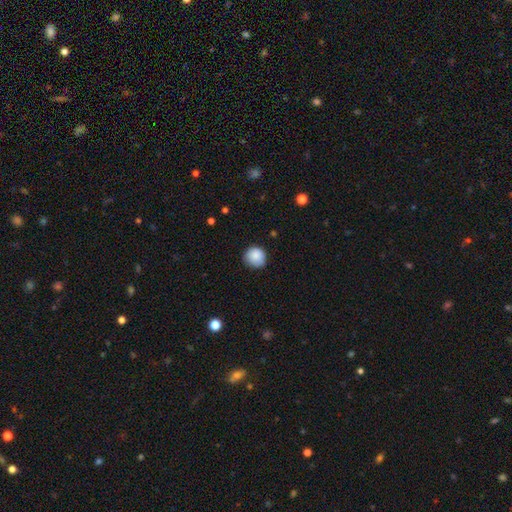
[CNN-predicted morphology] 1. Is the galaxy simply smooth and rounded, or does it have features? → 87% smooth, 8% star or artifact, 4% featured or disk.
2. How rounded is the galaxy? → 89% round, 10% in between, 1% cigar-shaped.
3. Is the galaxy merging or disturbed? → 78% none, 18% minor disturbance, 3% major disturbance, 1% merger.